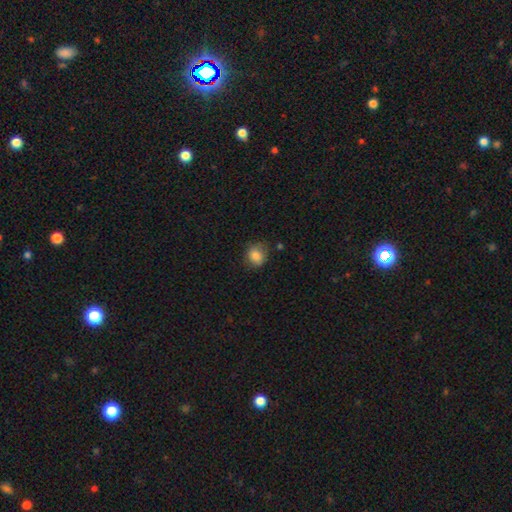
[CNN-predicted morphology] Q: Smooth or featured?
A: smooth (83%); runner-up: star or artifact (9%)
Q: How rounded?
A: round (64%); runner-up: in between (35%)
Q: Merging?
A: none (67%); runner-up: minor disturbance (24%)